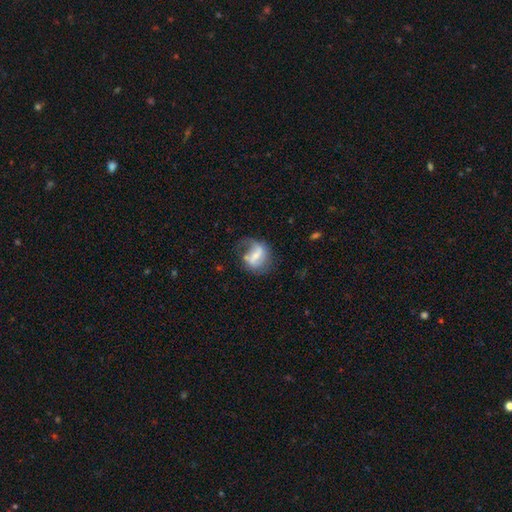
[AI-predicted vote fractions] Q: Smooth or featured?
A: featured or disk (58%); runner-up: smooth (34%)
Q: Edge-on disk?
A: no (95%); runner-up: yes (5%)
Q: Bar?
A: strong (46%); runner-up: weak (36%)
Q: Spiral arms?
A: yes (69%); runner-up: no (31%)
Q: Bulge size?
A: small (38%); runner-up: moderate (29%)
Q: Merging?
A: none (42%); runner-up: major disturbance (28%)